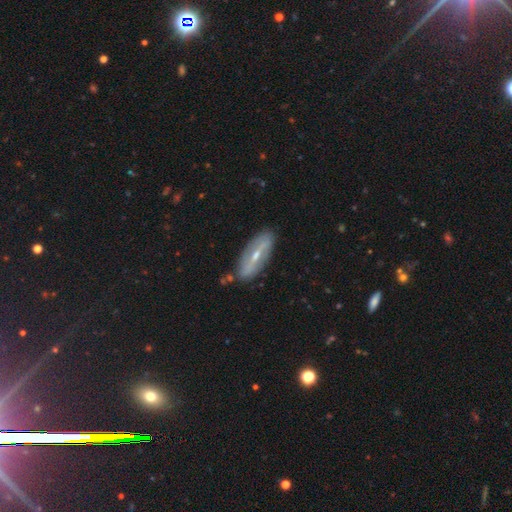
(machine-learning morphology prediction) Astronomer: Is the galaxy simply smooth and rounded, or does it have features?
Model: featured or disk — 70%.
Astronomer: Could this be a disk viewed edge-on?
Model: no — 72%.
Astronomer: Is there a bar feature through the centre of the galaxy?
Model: strong — 54% (runner-up: weak, 31%).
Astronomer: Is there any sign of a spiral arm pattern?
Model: yes — 55% (runner-up: no, 45%).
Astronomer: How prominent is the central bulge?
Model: small — 50% (runner-up: moderate, 46%).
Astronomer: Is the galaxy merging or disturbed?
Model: none — 81%.